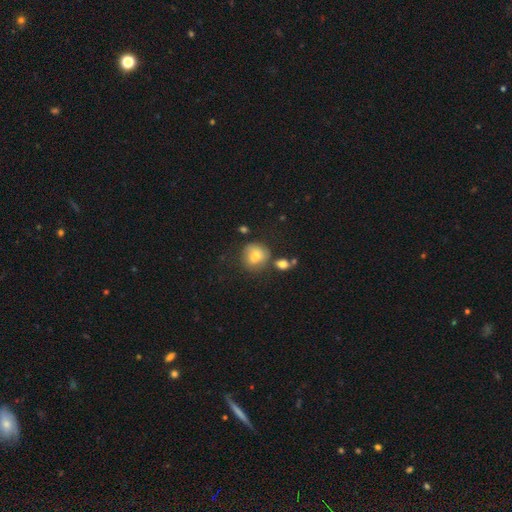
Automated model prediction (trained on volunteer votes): Morphology: type=smooth (76%); roundness=round (81%); merging=none (65%).